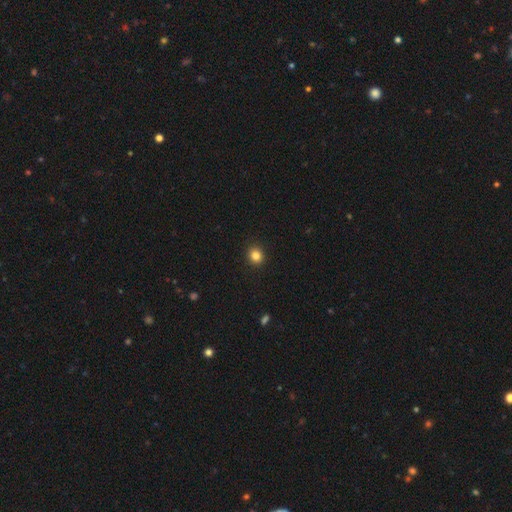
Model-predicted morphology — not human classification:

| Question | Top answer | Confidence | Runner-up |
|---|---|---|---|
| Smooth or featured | smooth | 84% | star or artifact (11%) |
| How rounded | round | 83% | in between (16%) |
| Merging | none | 92% | minor disturbance (5%) |